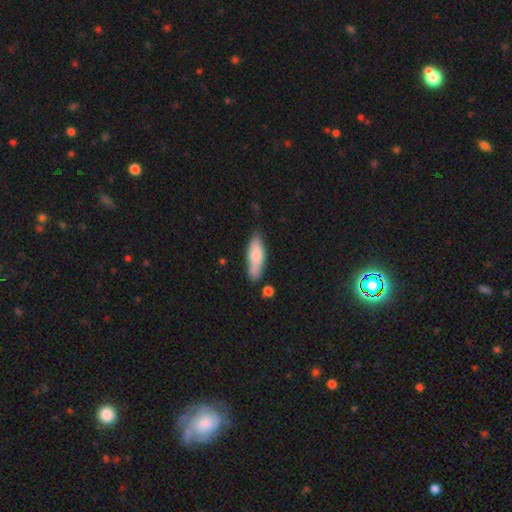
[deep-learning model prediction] smooth_or_featured: smooth (p=0.76) [alt: featured or disk p=0.18]
how_rounded: in between (p=0.53) [alt: cigar-shaped p=0.45]
merging: none (p=0.67) [alt: minor disturbance p=0.23]